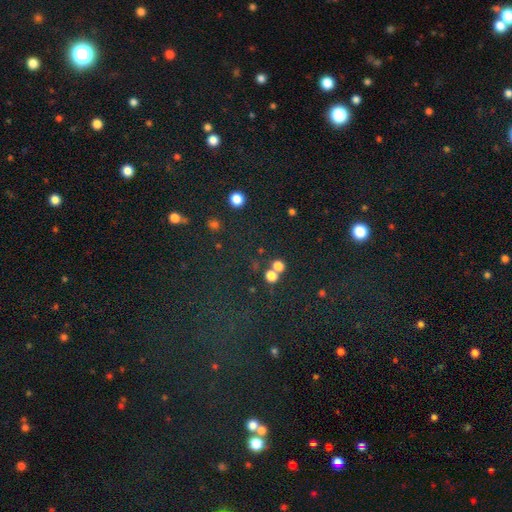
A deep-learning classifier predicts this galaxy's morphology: smooth-or-featured: star or artifact: 70% | smooth: 20% | featured or disk: 10%